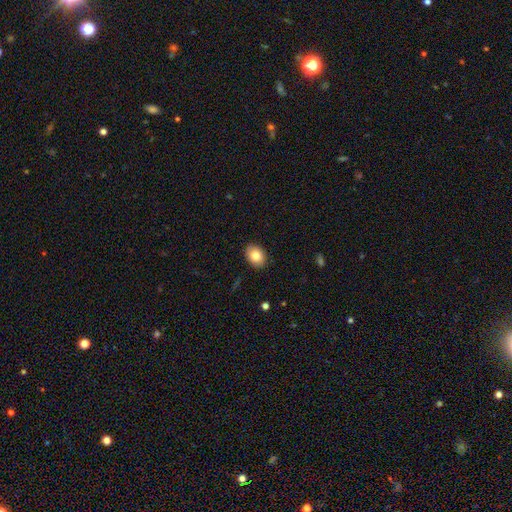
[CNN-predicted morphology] smooth_or_featured: smooth (p=0.83) [alt: featured or disk p=0.09]
how_rounded: in between (p=0.73) [alt: round p=0.26]
merging: none (p=0.88) [alt: minor disturbance p=0.09]